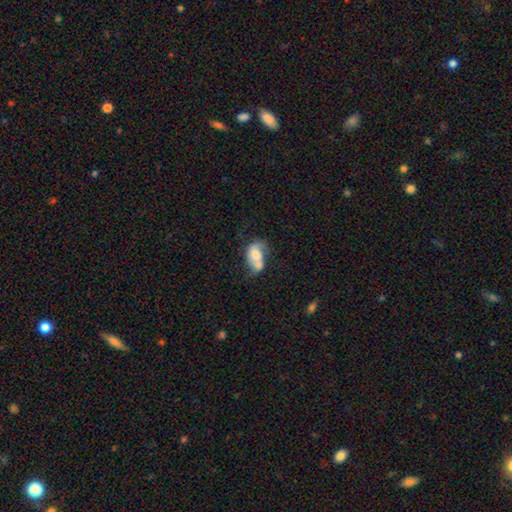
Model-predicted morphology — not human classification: smooth 50%, featured or disk 42%, star or artifact 8%. Down the decision tree: how rounded — in between (81%); merging — merger (48%).